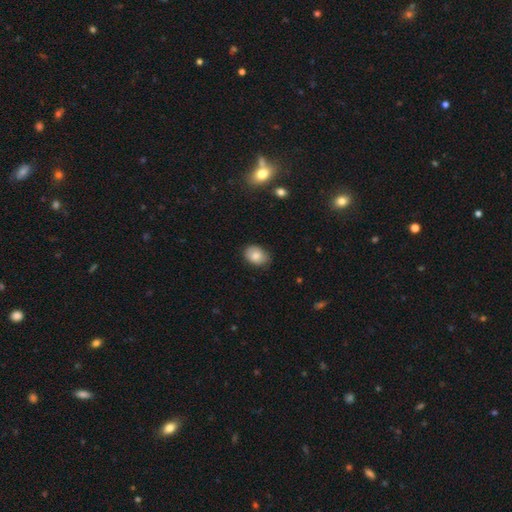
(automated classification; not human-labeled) Overall: smooth (82%). How rounded: in between (74%). Merging: none (76%).